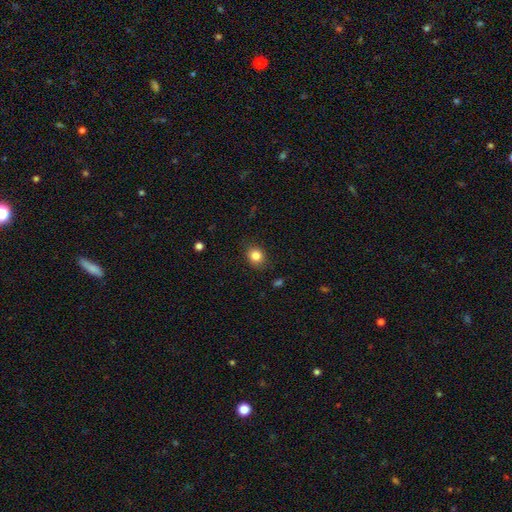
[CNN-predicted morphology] Smooth or featured: smooth — 84% (star or artifact — 11%)
How rounded: round — 64% (in between — 35%)
Merging: none — 86% (minor disturbance — 10%)